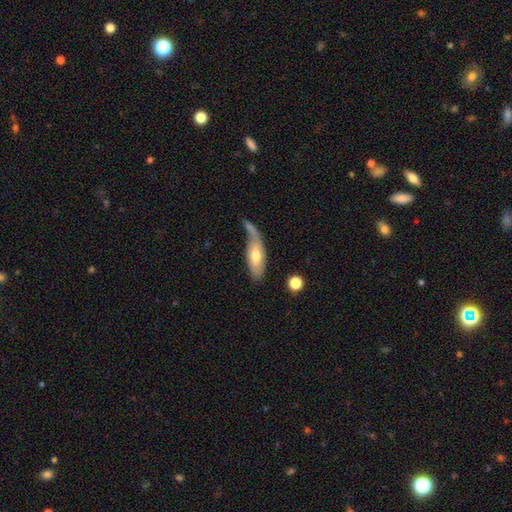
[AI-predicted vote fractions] smooth 61%, featured or disk 34%, star or artifact 6%. Down the decision tree: how rounded — in between (73%); merging — none (37%).